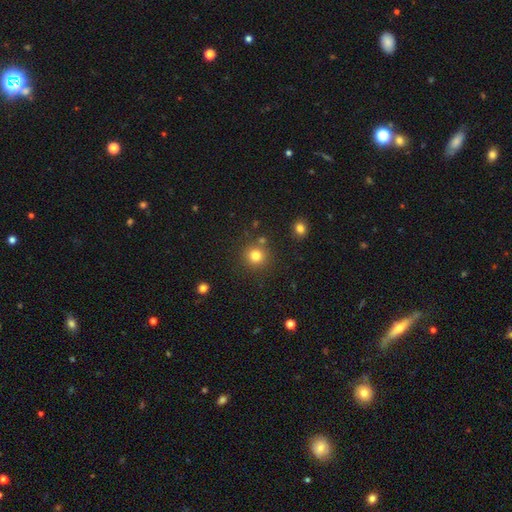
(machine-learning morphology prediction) Smooth or featured: smooth — 80% (star or artifact — 14%)
How rounded: round — 93% (in between — 6%)
Merging: none — 84% (minor disturbance — 7%)